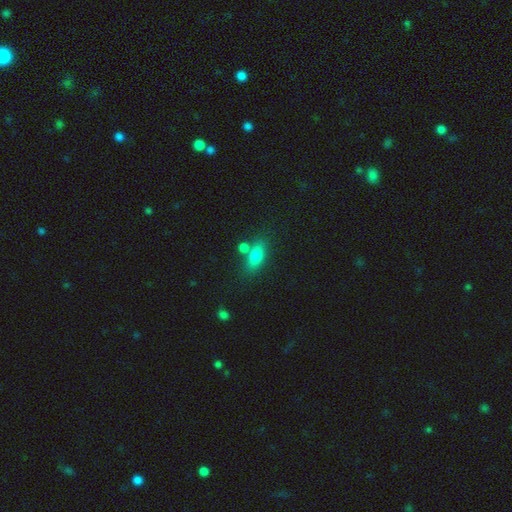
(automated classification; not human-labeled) This appears to be a smooth galaxy with no disk features (78%) that is in between round and cigar-shaped (75%). Merging: none (62%).